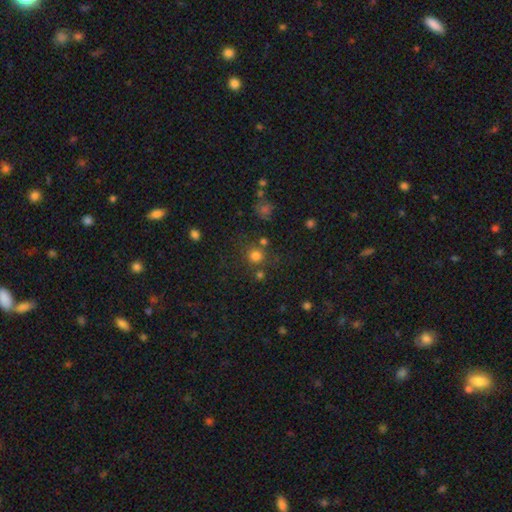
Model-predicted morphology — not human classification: This is likely a smooth galaxy (76%). How rounded: clearly round (93%). Merging: likely none (76%).